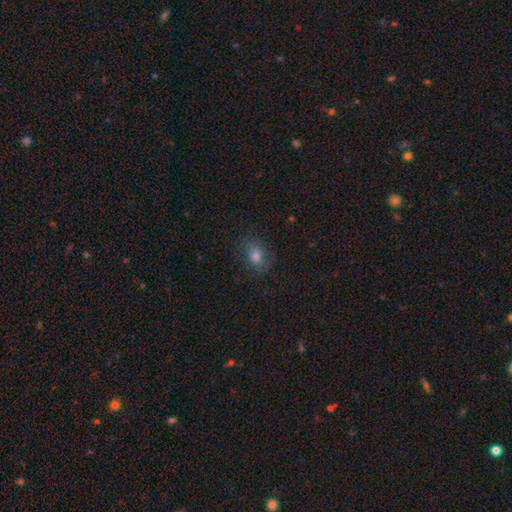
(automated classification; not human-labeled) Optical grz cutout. It shows a smooth galaxy with no disk features (67%) that is in between round and cigar-shaped (64%). Merging: none (76%).